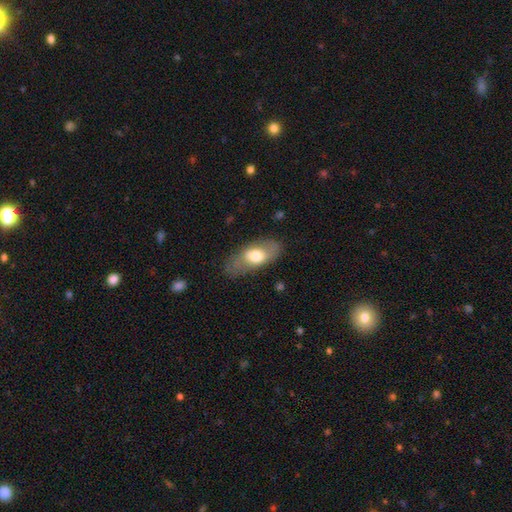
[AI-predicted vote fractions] Smooth or featured?
  - smooth: 59% *
  - featured or disk: 34%
  - star or artifact: 6%
How rounded?
  - in between: 87% *
  - cigar-shaped: 7%
  - round: 5%
Merging?
  - none: 68% *
  - minor disturbance: 21%
  - major disturbance: 9%
  - merger: 2%